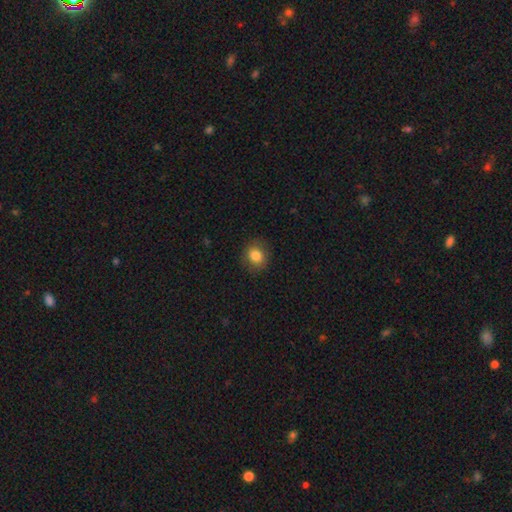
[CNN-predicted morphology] This appears to be a smooth galaxy with no disk features (83%) that is round (76%). Merging: none (86%).